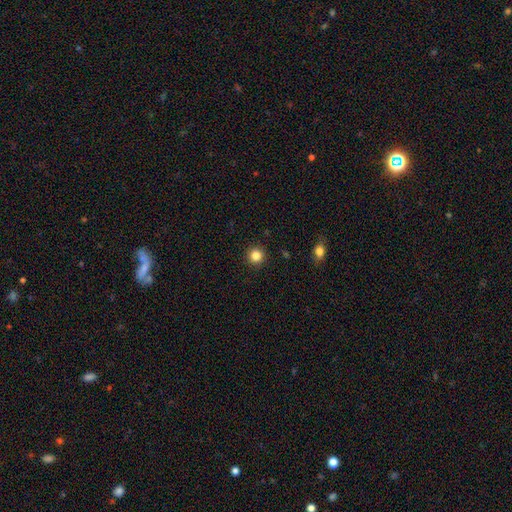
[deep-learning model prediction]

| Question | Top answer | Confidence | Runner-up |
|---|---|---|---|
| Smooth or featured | smooth | 84% | star or artifact (12%) |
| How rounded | round | 95% | in between (4%) |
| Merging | none | 92% | minor disturbance (5%) |